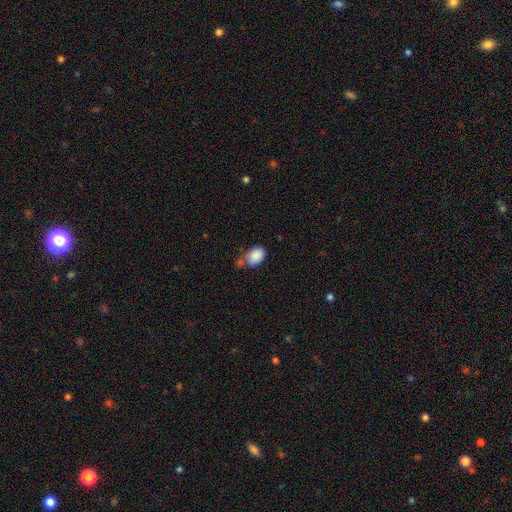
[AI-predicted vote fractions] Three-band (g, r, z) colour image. It shows a smooth galaxy with no disk features (87%) that is in between round and cigar-shaped (83%). Merging: none (49%).